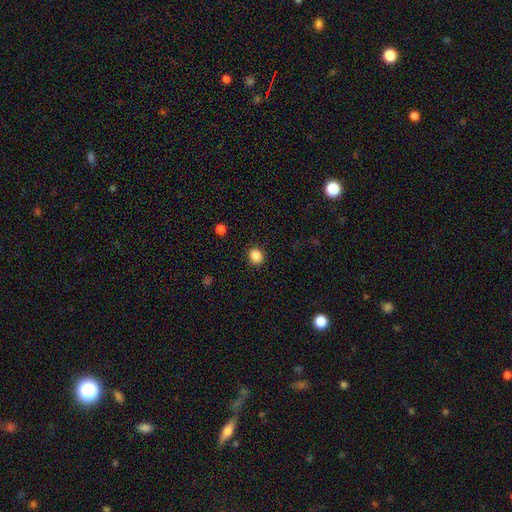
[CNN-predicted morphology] Overall: smooth (86%). How rounded: round (73%). Merging: none (90%).